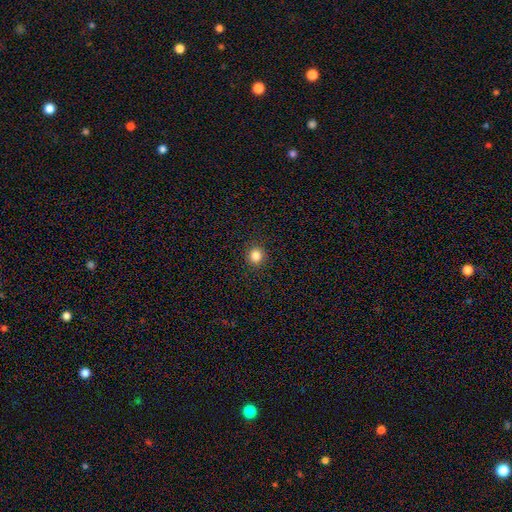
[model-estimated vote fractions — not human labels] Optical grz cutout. It shows a smooth galaxy with no disk features (84%) that is round (92%). Merging: none (92%).